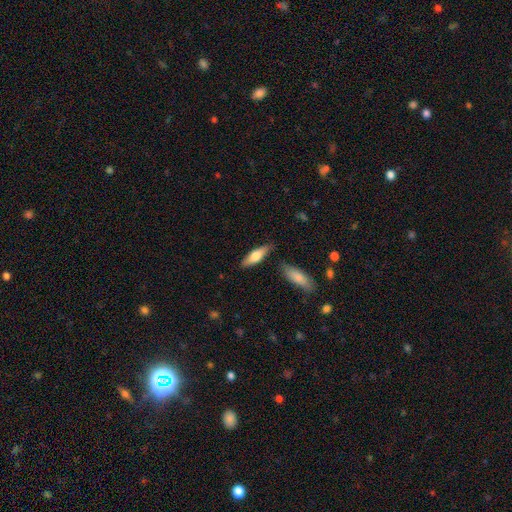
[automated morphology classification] smooth_or_featured: smooth (p=0.65) [alt: featured or disk p=0.29]
how_rounded: in between (p=0.49) [tied with: cigar-shaped p=0.49]
merging: none (p=0.79) [alt: minor disturbance p=0.13]